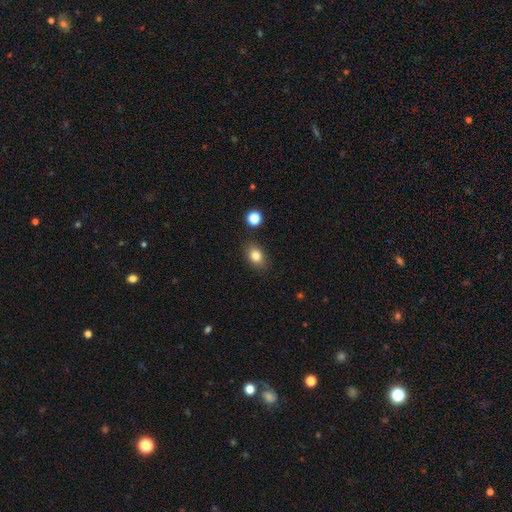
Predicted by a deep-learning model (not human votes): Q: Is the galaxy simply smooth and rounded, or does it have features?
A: smooth — 82%.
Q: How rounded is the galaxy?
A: in between — 75%.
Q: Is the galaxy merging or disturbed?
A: none — 84%.